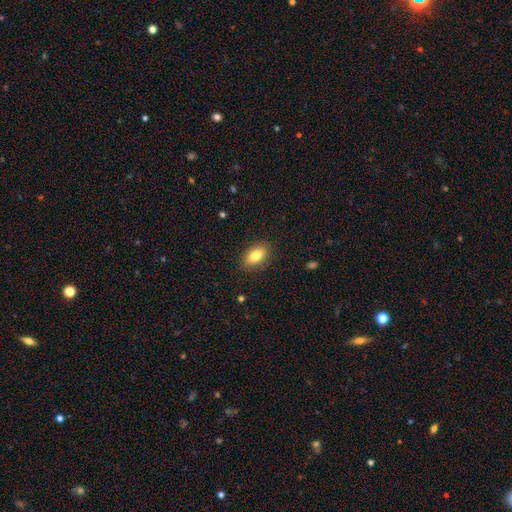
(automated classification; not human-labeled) smooth-or-featured: smooth: 81% | featured or disk: 12% | star or artifact: 8%
  how-rounded: in between: 87% | round: 7% | cigar-shaped: 6%
  merging: none: 86% | minor disturbance: 11% | major disturbance: 3% | merger: 1%